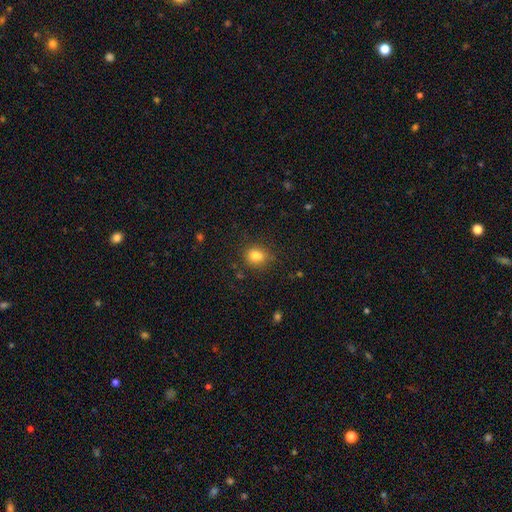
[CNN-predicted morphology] Smooth or featured: smooth — 81% (star or artifact — 12%)
How rounded: round — 51% (in between — 47%)
Merging: none — 72% (minor disturbance — 16%)